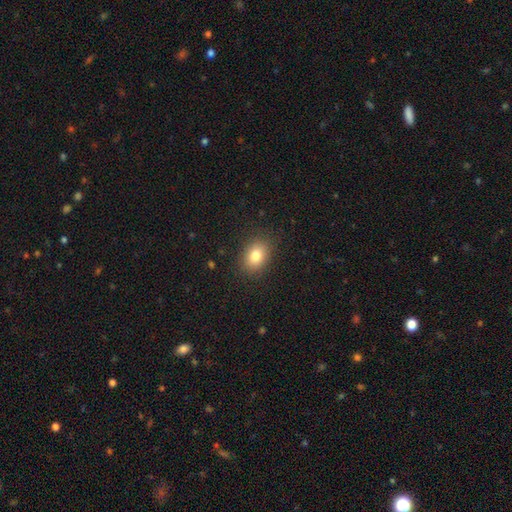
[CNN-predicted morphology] Overall: smooth (81%). How rounded: in between (73%). Merging: none (86%).